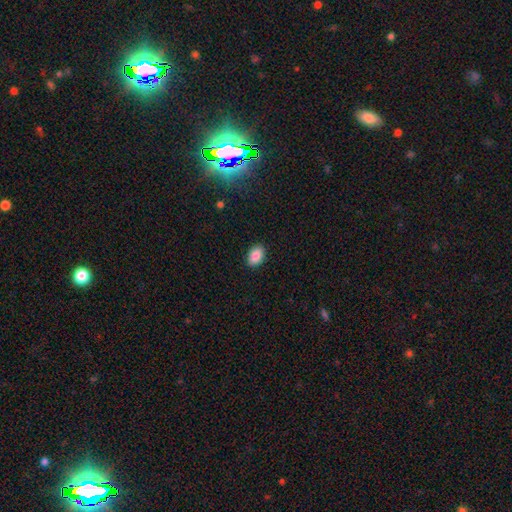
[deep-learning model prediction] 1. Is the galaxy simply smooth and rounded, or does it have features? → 89% smooth, 8% star or artifact, 3% featured or disk.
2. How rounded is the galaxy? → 87% in between, 12% round, 1% cigar-shaped.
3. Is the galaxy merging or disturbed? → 87% none, 9% minor disturbance, 2% major disturbance, 1% merger.